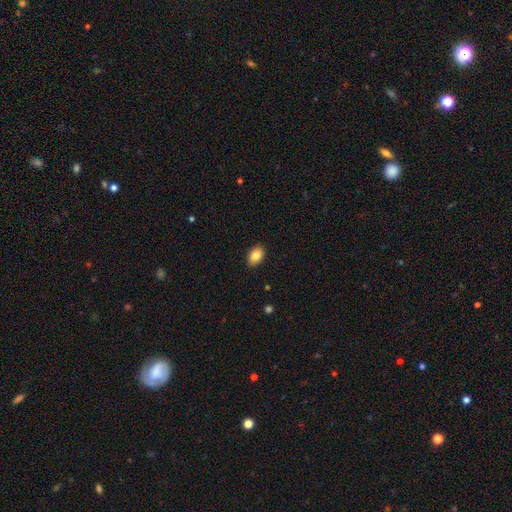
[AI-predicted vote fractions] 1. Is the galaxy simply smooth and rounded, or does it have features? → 85% smooth, 8% star or artifact, 7% featured or disk.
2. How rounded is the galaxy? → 85% in between, 14% round, 1% cigar-shaped.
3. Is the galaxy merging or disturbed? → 89% none, 8% minor disturbance, 2% major disturbance, 1% merger.